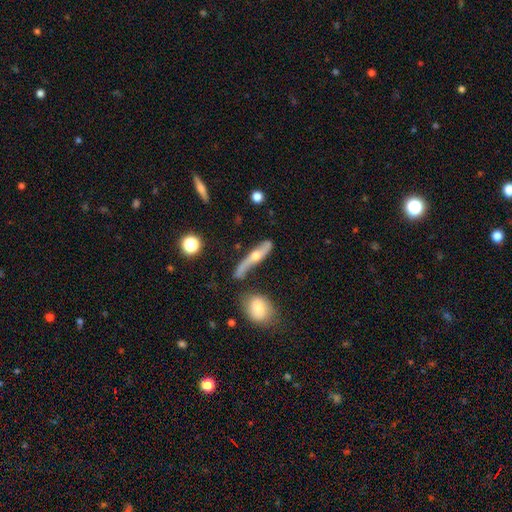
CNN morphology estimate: A featured or disk galaxy (68%) viewed edge-on (62%).

Vote fractions:
- Smooth or featured? featured or disk: 68% / smooth: 25% / star or artifact: 7%
- Edge-on disk? yes: 62% / no: 38%
- Merging? none: 59% / minor disturbance: 22% / major disturbance: 10% / merger: 9%